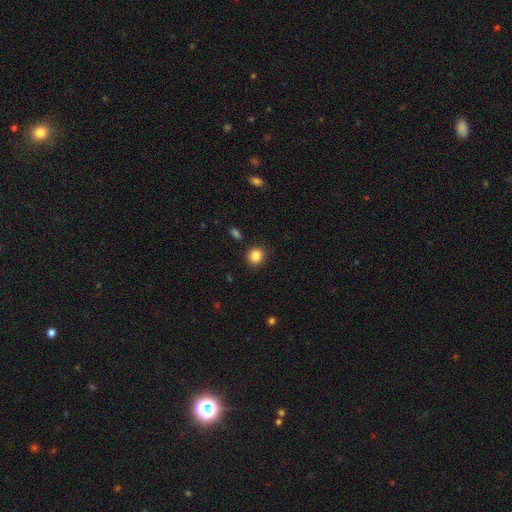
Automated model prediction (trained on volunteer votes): A smooth galaxy with no disk features (85%) that is round (89%).

Vote fractions:
- Smooth or featured? smooth: 85% / star or artifact: 10% / featured or disk: 5%
- How rounded? round: 89% / in between: 10% / cigar-shaped: 1%
- Merging? none: 90% / minor disturbance: 6% / major disturbance: 2% / merger: 2%